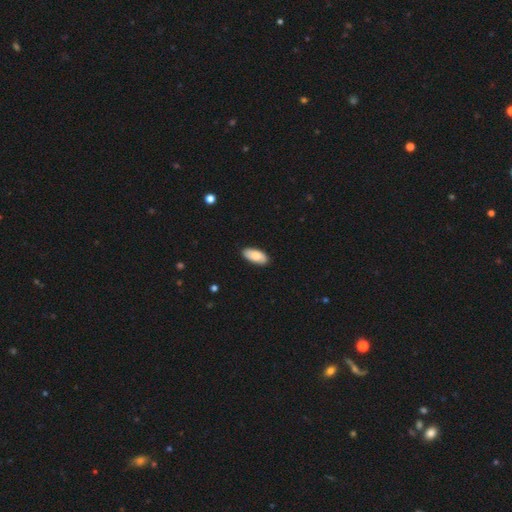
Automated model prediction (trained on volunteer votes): A smooth galaxy with no disk features (83%) that is in between round and cigar-shaped (91%). Merging: none (88%).